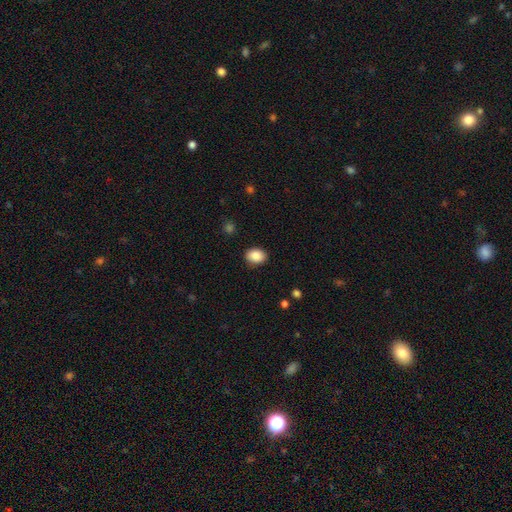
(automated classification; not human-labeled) Morphology: type=smooth (88%); roundness=in between (70%); merging=none (88%).